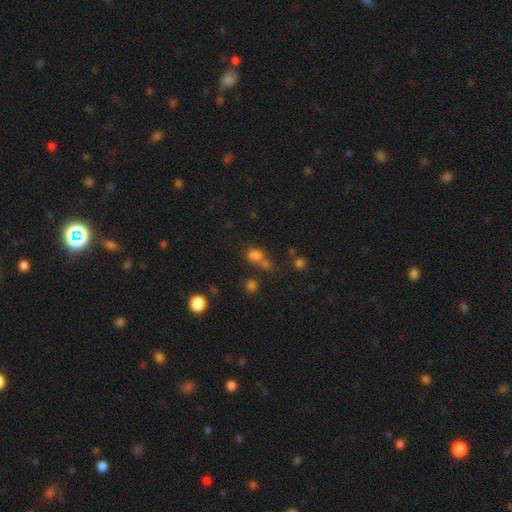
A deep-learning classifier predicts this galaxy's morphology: The model was most divided on "merging" (2-way tie): none: 40%, merger: 40%, minor disturbance: 12%, major disturbance: 8%. More confident: smooth or featured — smooth (70%); how rounded — in between (54%).